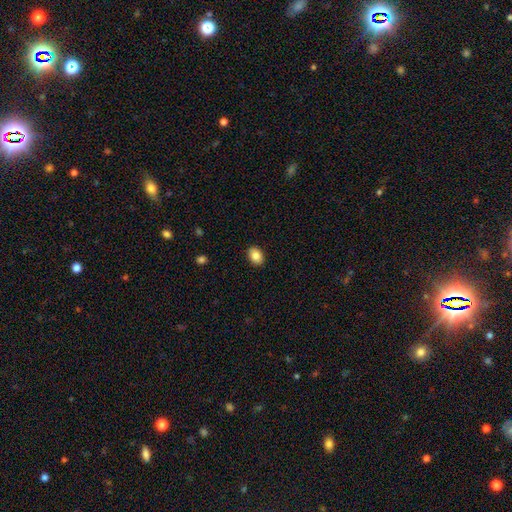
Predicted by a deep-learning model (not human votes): smooth 85%, star or artifact 8%, featured or disk 7%. Down the decision tree: how rounded — in between (71%); merging — none (90%).